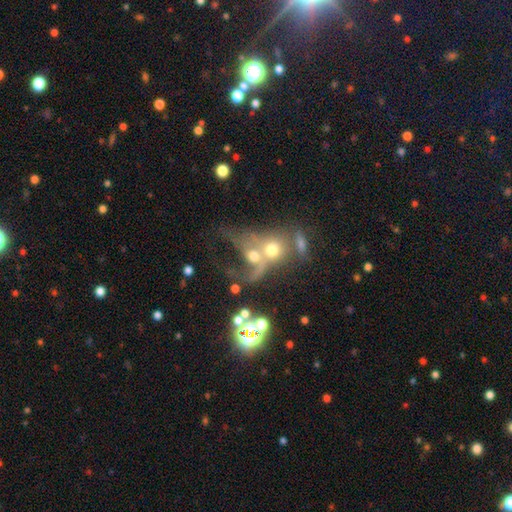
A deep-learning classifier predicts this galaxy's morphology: A featured or disk galaxy (41%).

Vote fractions:
- Smooth or featured? featured or disk: 41% / smooth: 36% / star or artifact: 23%
- Merging? merger: 68% / major disturbance: 16% / none: 11% / minor disturbance: 5%